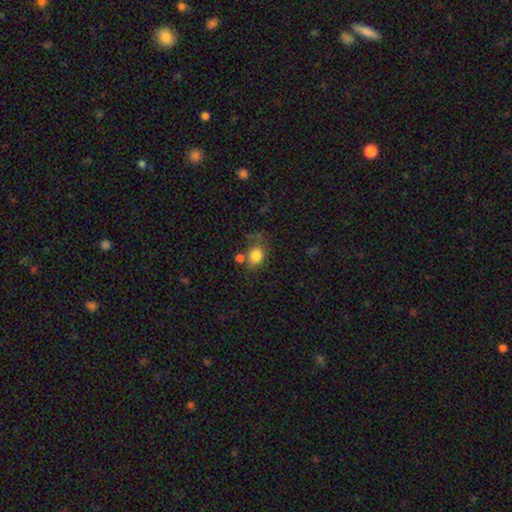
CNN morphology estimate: This appears to be a smooth galaxy with no disk features (82%) that is round (60%). Merging: none (54%).